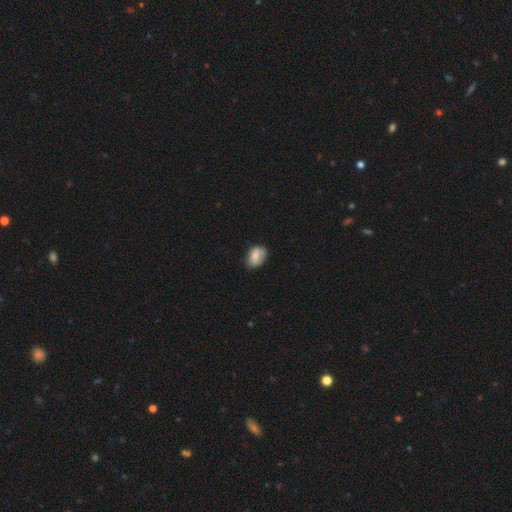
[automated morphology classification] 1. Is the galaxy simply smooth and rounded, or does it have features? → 75% smooth, 17% featured or disk, 8% star or artifact.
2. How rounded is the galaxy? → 75% in between, 24% round, 1% cigar-shaped.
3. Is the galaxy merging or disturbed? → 65% none, 27% minor disturbance, 6% major disturbance, 2% merger.